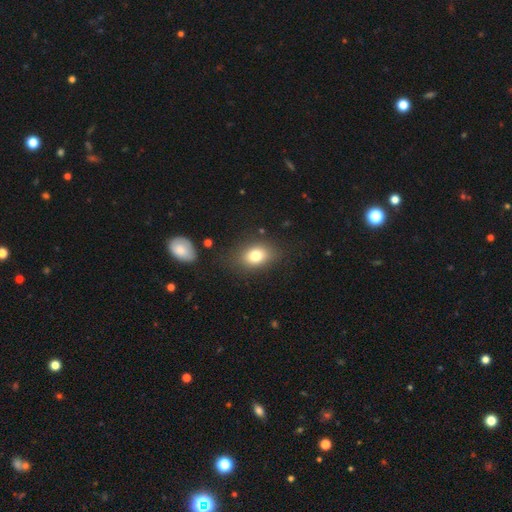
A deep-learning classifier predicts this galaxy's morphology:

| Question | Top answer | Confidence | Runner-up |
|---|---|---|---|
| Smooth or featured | smooth | 78% | featured or disk (12%) |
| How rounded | in between | 72% | round (26%) |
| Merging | none | 78% | minor disturbance (14%) |